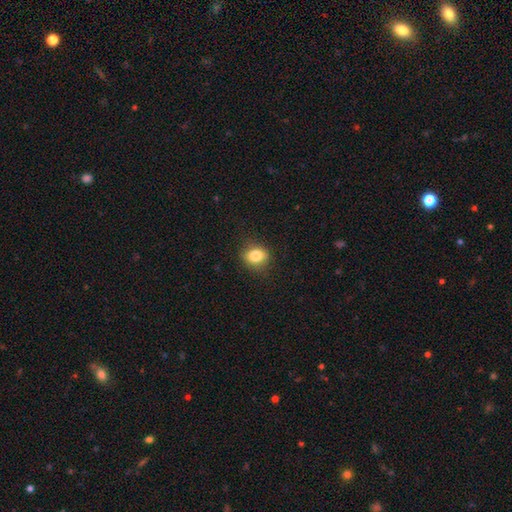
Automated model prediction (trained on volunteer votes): A smooth galaxy with no disk features (83%) that is round (59%). Merging: none (83%).